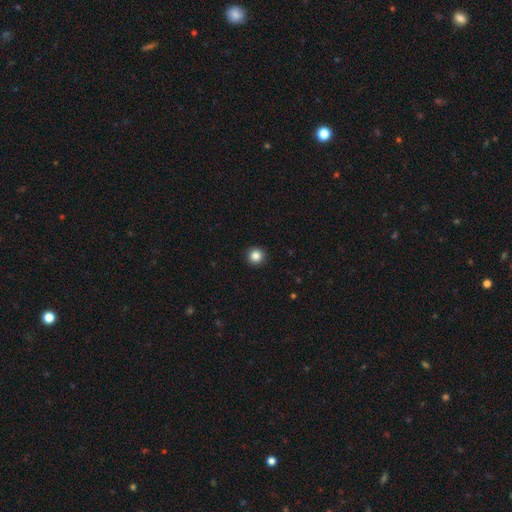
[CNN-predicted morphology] Smooth or featured: smooth — 86% (star or artifact — 10%)
How rounded: round — 95% (in between — 4%)
Merging: none — 93% (minor disturbance — 4%)